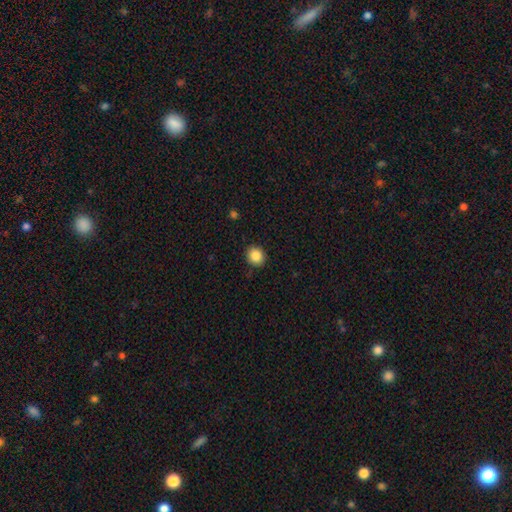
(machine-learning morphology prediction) smooth 87%, star or artifact 9%, featured or disk 4%. Down the decision tree: how rounded — round (76%); merging — none (90%).